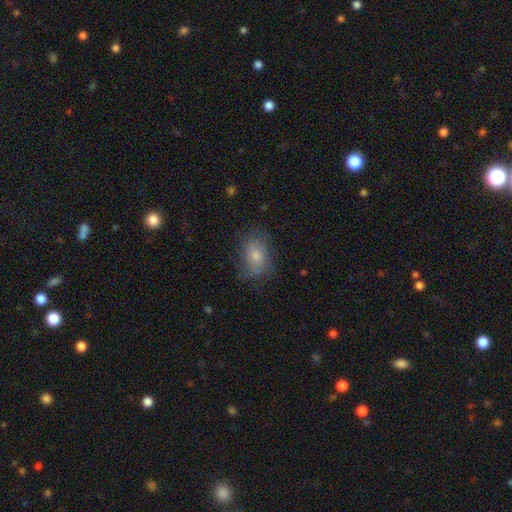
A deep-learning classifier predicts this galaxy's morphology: The model was most divided on "smooth or featured": smooth: 57%, featured or disk: 31%, star or artifact: 12%. More confident: how rounded — in between (75%); merging — none (66%).